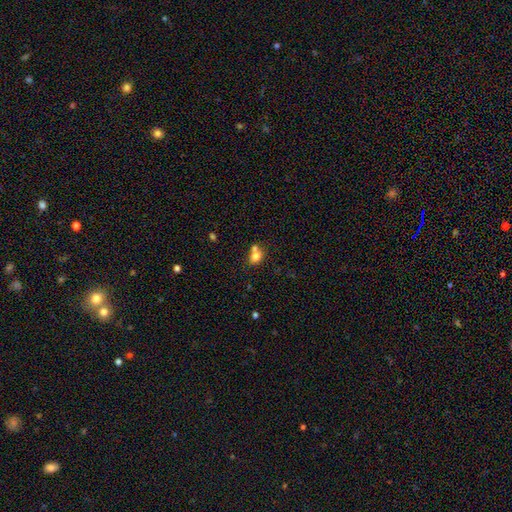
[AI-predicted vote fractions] Q: Smooth or featured?
A: smooth (76%); runner-up: featured or disk (12%)
Q: How rounded?
A: in between (50%); runner-up: round (49%)
Q: Merging?
A: merger (47%); runner-up: none (39%)